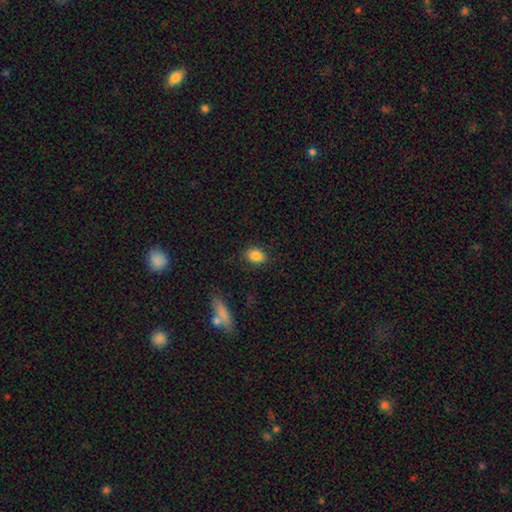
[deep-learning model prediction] Q: Smooth or featured?
A: smooth (86%); runner-up: star or artifact (9%)
Q: How rounded?
A: in between (74%); runner-up: round (24%)
Q: Merging?
A: none (85%); runner-up: minor disturbance (10%)